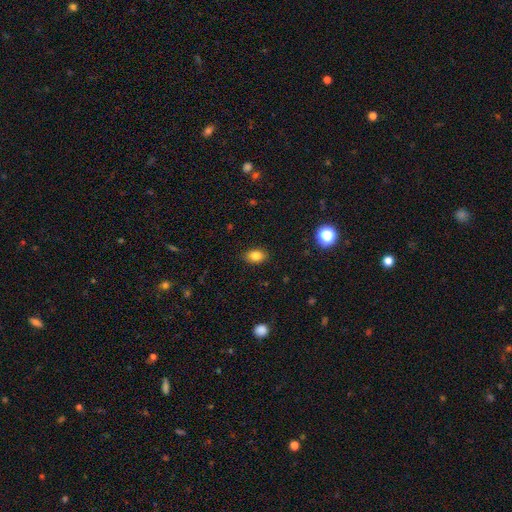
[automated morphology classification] smooth 83%, star or artifact 10%, featured or disk 7%. Down the decision tree: how rounded — in between (79%); merging — none (85%).